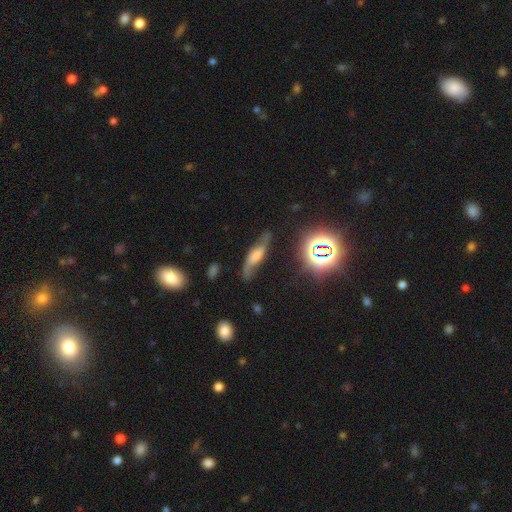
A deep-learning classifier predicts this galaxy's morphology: A featured or disk galaxy (66%). Merging: none (66%).